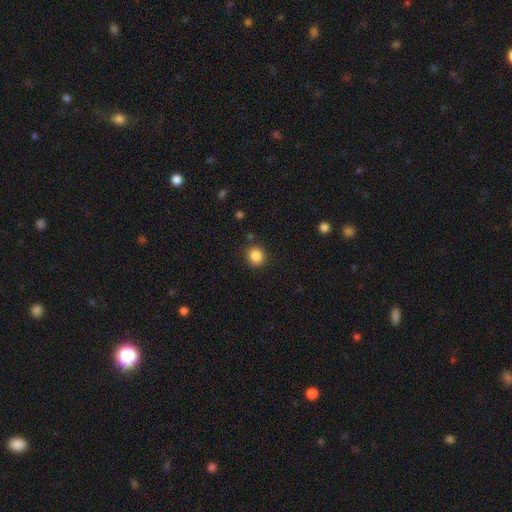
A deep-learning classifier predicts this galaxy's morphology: smooth-or-featured: smooth: 86% | star or artifact: 11% | featured or disk: 4%
  how-rounded: round: 87% | in between: 12% | cigar-shaped: 1%
  merging: none: 88% | minor disturbance: 8% | major disturbance: 2% | merger: 2%